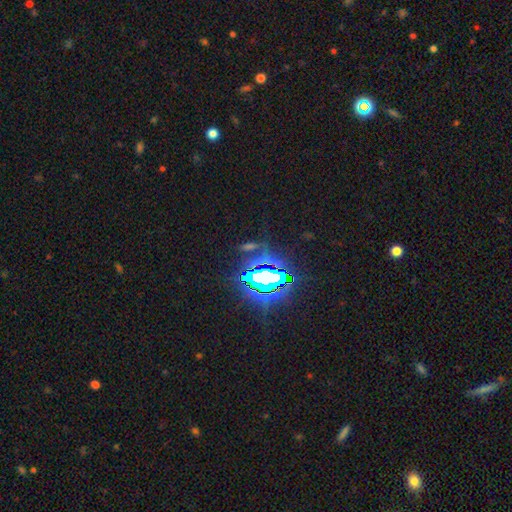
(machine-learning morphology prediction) A star or artifact, not a galaxy (83%).